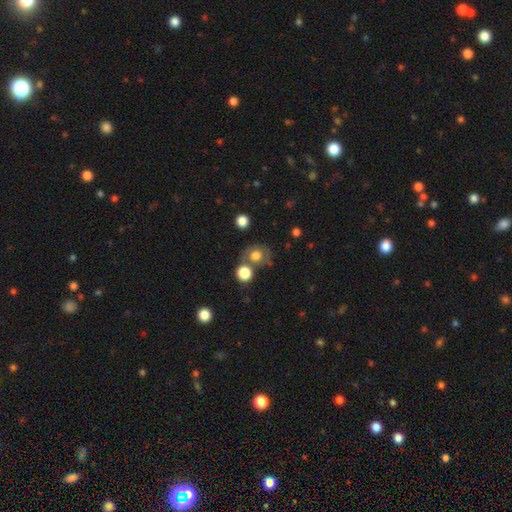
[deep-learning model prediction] This is likely a smooth galaxy (72%). How rounded: likely round (76%). Merging: possibly none (55%).